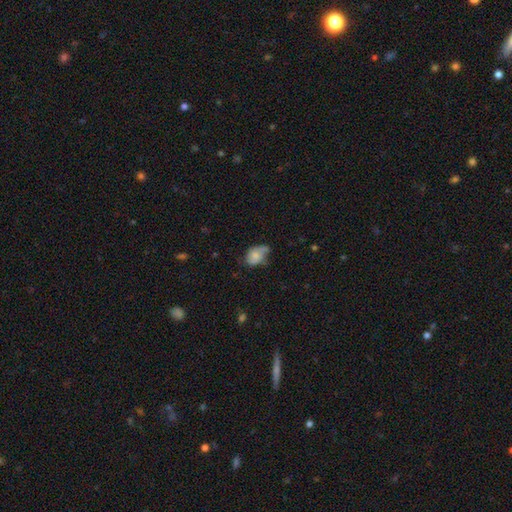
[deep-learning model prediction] smooth-or-featured: smooth: 69% | featured or disk: 22% | star or artifact: 9%
  how-rounded: in between: 70% | round: 29% | cigar-shaped: 1%
  merging: minor disturbance: 38% | none: 36% | major disturbance: 16% | merger: 10%